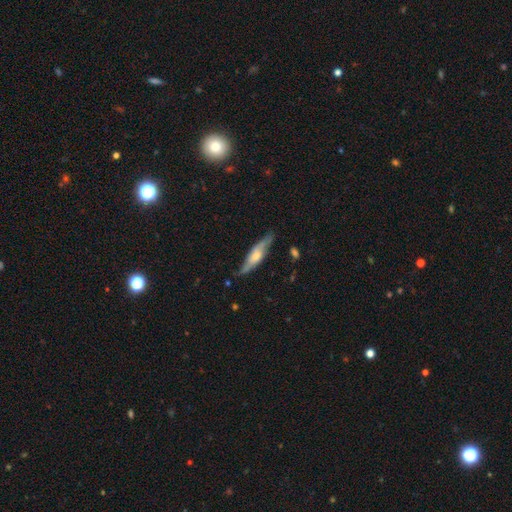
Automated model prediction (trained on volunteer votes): This appears to be a featured or disk galaxy (56%) viewed edge-on (65%). Merging: none (71%).